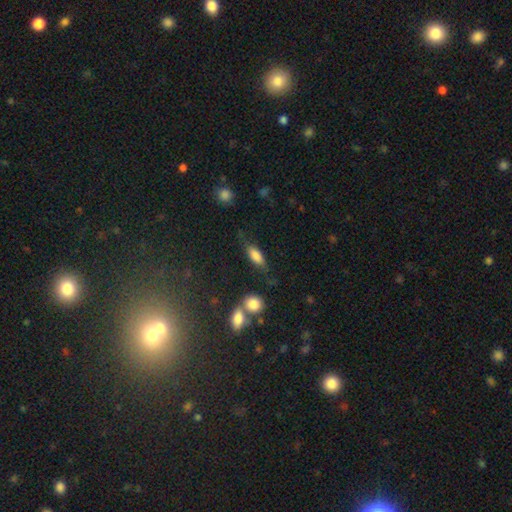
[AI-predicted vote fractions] Q: Smooth or featured?
A: smooth (82%); runner-up: featured or disk (10%)
Q: How rounded?
A: in between (77%); runner-up: cigar-shaped (19%)
Q: Merging?
A: none (68%); runner-up: minor disturbance (20%)